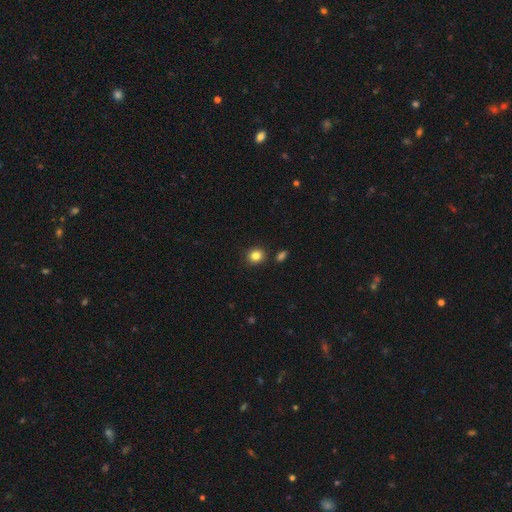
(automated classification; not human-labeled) The model was most divided on "how rounded": round: 81%, in between: 19%, cigar-shaped: 1%. More confident: merging — none (87%); smooth or featured — smooth (84%).